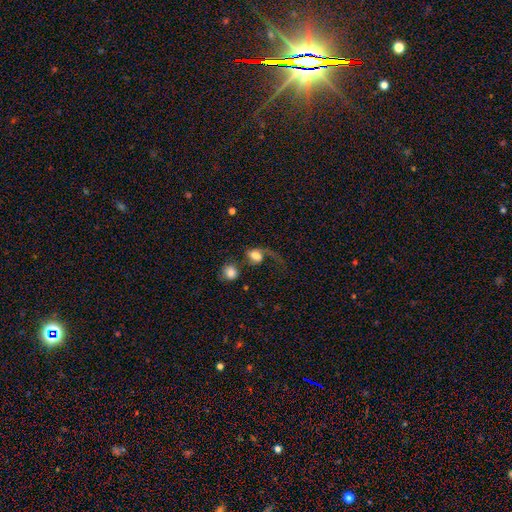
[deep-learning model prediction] A smooth galaxy with no disk features (56%) that is round (51%). Merging: major disturbance (44%).